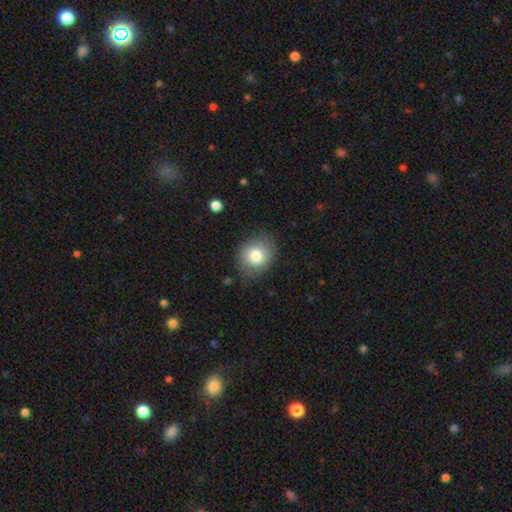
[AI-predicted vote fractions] Smooth or featured?
  - smooth: 81% *
  - featured or disk: 11%
  - star or artifact: 8%
How rounded?
  - round: 69% *
  - in between: 30%
  - cigar-shaped: 1%
Merging?
  - none: 76% *
  - minor disturbance: 18%
  - major disturbance: 5%
  - merger: 1%